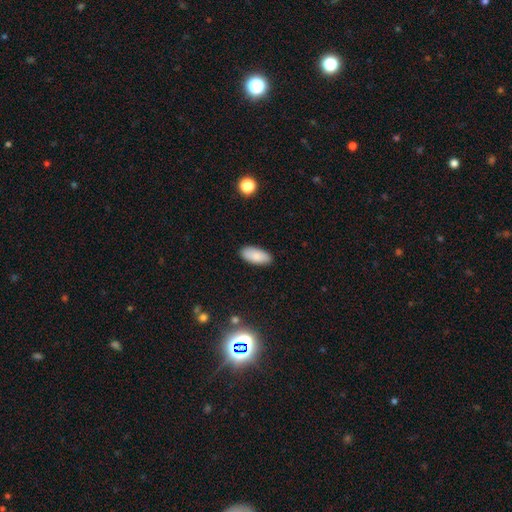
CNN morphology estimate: The model was most divided on "merging": none: 88%, minor disturbance: 9%, major disturbance: 2%, merger: 1%. More confident: how rounded — in between (89%); smooth or featured — smooth (87%).